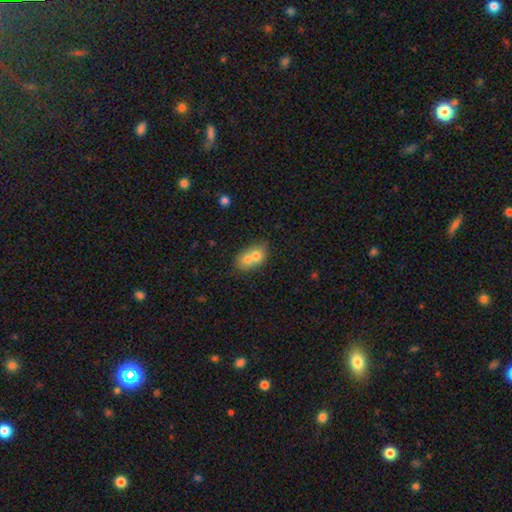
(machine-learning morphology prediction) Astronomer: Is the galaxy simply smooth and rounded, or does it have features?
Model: smooth — 67%.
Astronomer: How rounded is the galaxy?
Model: in between — 52% (runner-up: round, 47%).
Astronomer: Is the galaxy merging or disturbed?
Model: merger — 71%.